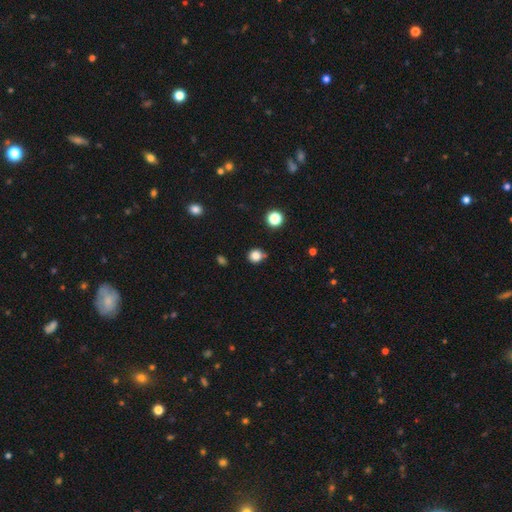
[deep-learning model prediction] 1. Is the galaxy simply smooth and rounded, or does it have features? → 83% smooth, 13% star or artifact, 4% featured or disk.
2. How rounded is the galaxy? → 84% round, 15% in between, 1% cigar-shaped.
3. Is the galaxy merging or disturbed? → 73% none, 18% minor disturbance, 5% merger, 4% major disturbance.